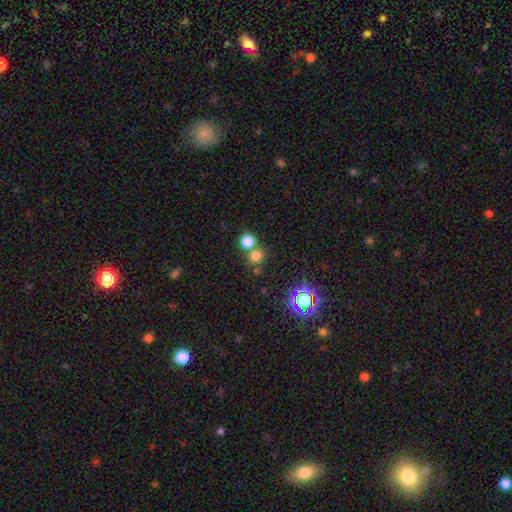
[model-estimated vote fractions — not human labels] The model was most divided on "merging": none: 58%, merger: 32%, minor disturbance: 6%, major disturbance: 3%. More confident: how rounded — round (87%); smooth or featured — smooth (72%).